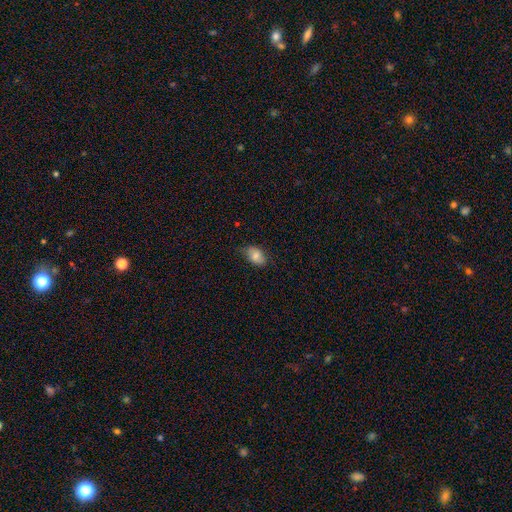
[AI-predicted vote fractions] Smooth or featured? smooth (80%)
How rounded? in between (87%)
Merging? none (69%)